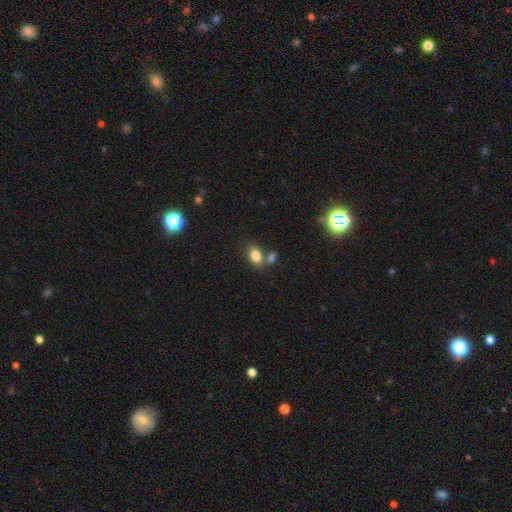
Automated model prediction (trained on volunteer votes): A smooth galaxy with no disk features (82%) that is in between round and cigar-shaped (85%).

Vote fractions:
- Smooth or featured? smooth: 82% / star or artifact: 9% / featured or disk: 9%
- How rounded? in between: 85% / round: 12% / cigar-shaped: 2%
- Merging? none: 55% / merger: 29% / minor disturbance: 12% / major disturbance: 4%